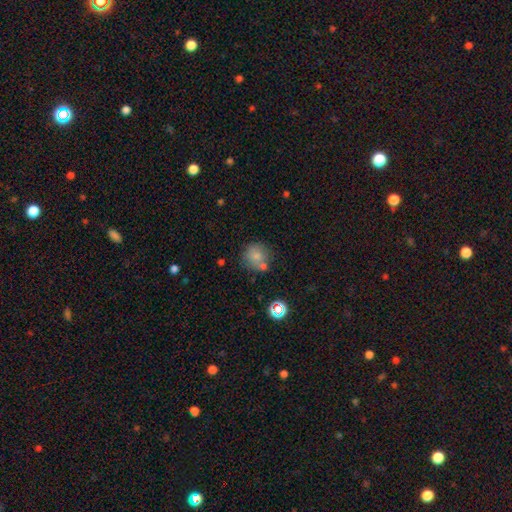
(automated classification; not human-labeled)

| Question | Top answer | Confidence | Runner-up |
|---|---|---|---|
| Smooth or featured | smooth | 74% | featured or disk (13%) |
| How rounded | round | 87% | in between (12%) |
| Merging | none | 59% | merger (20%) |